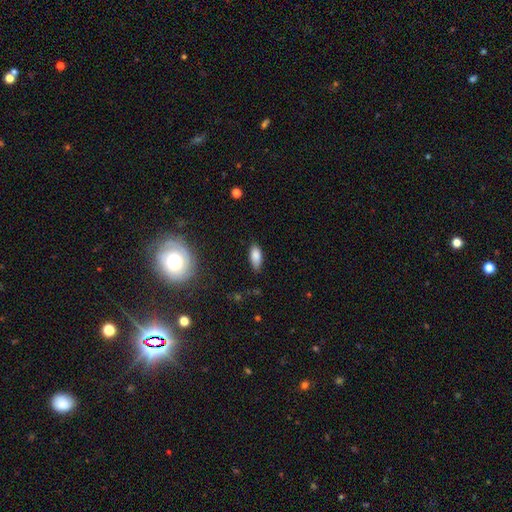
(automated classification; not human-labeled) Smooth or featured? smooth (83%)
How rounded? in between (86%)
Merging? none (78%)